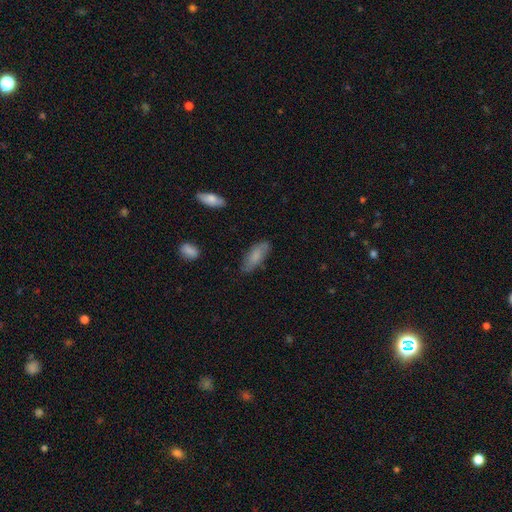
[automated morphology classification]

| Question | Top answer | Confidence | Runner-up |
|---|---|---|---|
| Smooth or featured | smooth | 74% | featured or disk (20%) |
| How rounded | in between | 73% | cigar-shaped (25%) |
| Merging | none | 74% | minor disturbance (20%) |